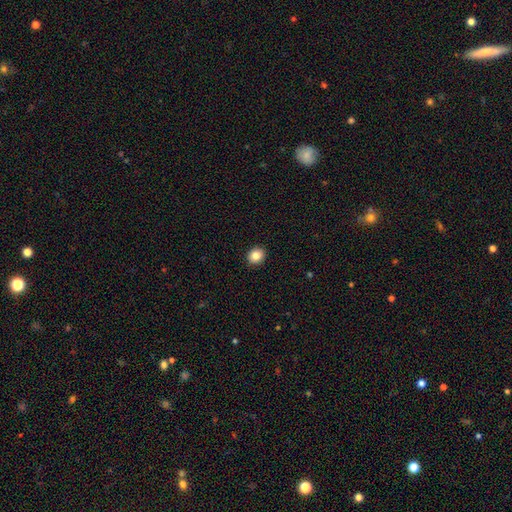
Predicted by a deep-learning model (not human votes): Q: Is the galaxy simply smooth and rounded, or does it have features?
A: smooth — 84%.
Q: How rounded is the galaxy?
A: round — 70%.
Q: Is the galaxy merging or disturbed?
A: none — 92%.